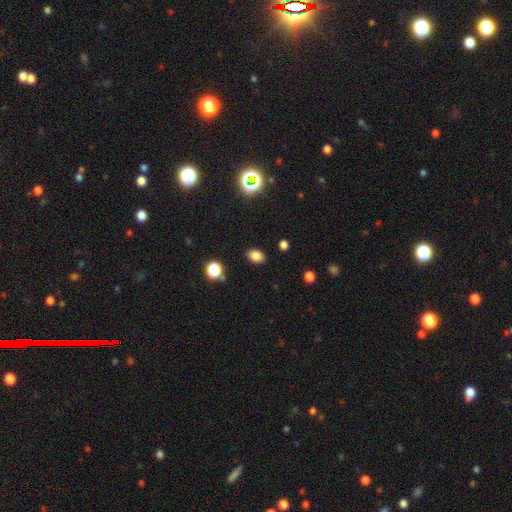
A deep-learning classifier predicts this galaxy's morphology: The model was most divided on "how rounded": in between: 75%, round: 24%, cigar-shaped: 1%. More confident: merging — none (86%); smooth or featured — smooth (81%).